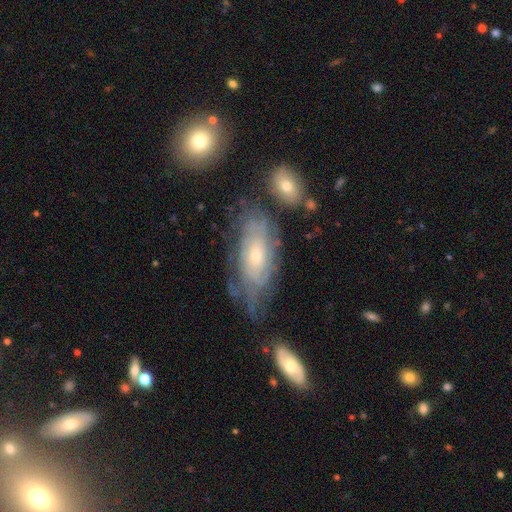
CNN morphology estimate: Smooth or featured? Predicted: featured or disk (p=0.71). Edge-on disk? Predicted: no (p=0.90). Bar? Predicted: no (p=0.76). Spiral arms? Predicted: yes (p=0.81). Spiral winding? Predicted: tight (p=0.67). Spiral arm count? Predicted: can't tell (p=0.67). Bulge size? Predicted: small (p=0.59). Merging? Predicted: none (p=0.56).